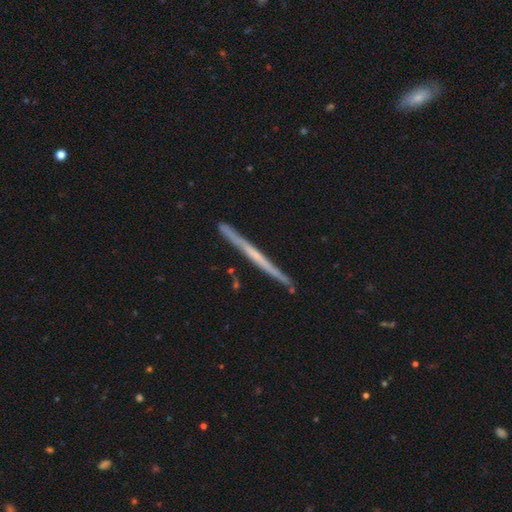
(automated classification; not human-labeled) This appears to be a featured or disk galaxy (64%) viewed edge-on (98%) with no central bulge (81%). Merging: none (89%).